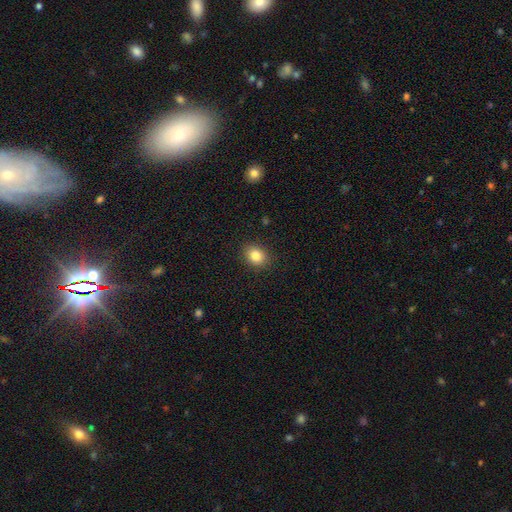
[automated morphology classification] smooth-or-featured: smooth: 84% | star or artifact: 10% | featured or disk: 6%
  how-rounded: round: 51% | in between: 48% | cigar-shaped: 1%
  merging: none: 89% | minor disturbance: 8% | major disturbance: 2% | merger: 1%